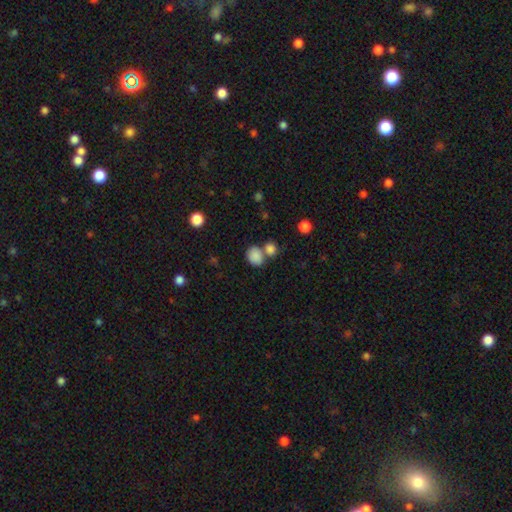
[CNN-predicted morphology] type=smooth (85%); roundness=in between (52%); merging=none (51%).